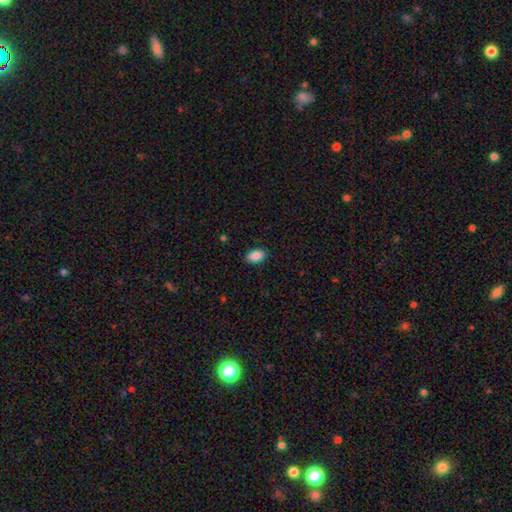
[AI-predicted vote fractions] Smooth or featured: smooth — 88% (star or artifact — 8%)
How rounded: in between — 89% (round — 9%)
Merging: none — 88% (minor disturbance — 8%)